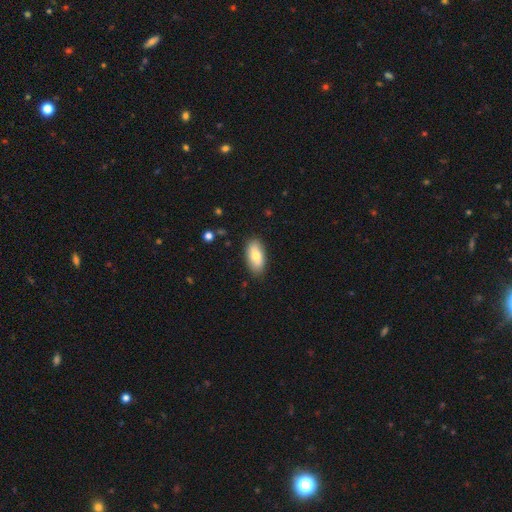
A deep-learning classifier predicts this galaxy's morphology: smooth 74%, featured or disk 20%, star or artifact 6%. Down the decision tree: how rounded — in between (91%); merging — none (85%).